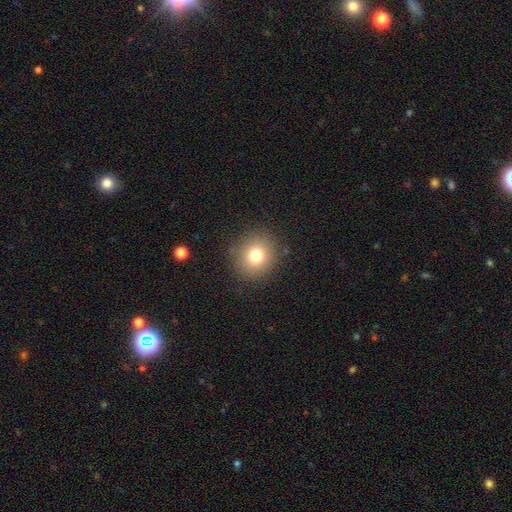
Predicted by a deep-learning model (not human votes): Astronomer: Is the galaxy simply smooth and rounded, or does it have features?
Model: smooth — 77%.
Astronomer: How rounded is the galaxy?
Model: round — 83%.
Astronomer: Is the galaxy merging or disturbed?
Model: none — 87%.